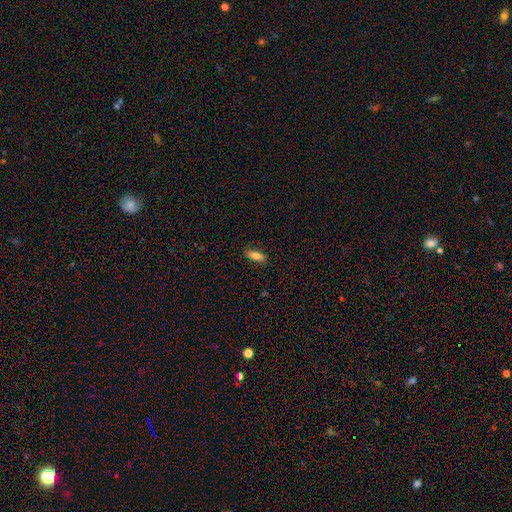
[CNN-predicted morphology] smooth_or_featured: smooth (p=0.80) [alt: featured or disk p=0.12]
how_rounded: in between (p=0.76) [alt: cigar-shaped p=0.22]
merging: none (p=0.84) [alt: minor disturbance p=0.12]